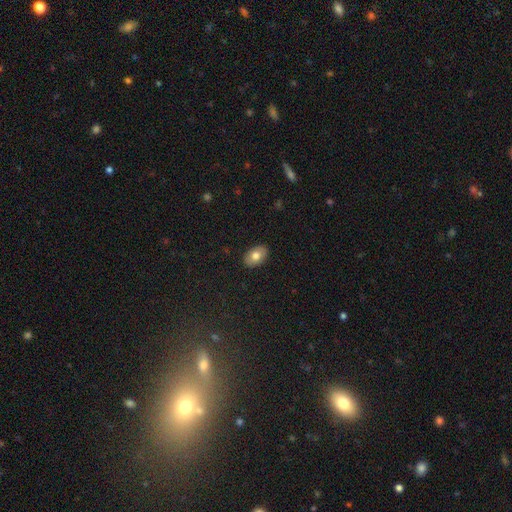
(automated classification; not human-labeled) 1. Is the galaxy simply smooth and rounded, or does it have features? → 77% smooth, 16% featured or disk, 7% star or artifact.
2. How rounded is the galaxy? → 88% in between, 11% round, 1% cigar-shaped.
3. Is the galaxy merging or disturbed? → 89% none, 9% minor disturbance, 2% major disturbance, 1% merger.